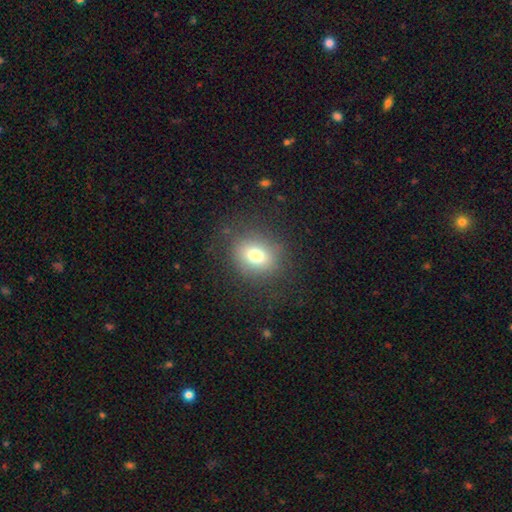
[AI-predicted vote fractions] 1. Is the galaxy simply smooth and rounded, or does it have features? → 74% smooth, 13% star or artifact, 12% featured or disk.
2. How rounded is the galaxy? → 64% round, 35% in between, 1% cigar-shaped.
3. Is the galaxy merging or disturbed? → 82% none, 11% minor disturbance, 6% major disturbance, 1% merger.